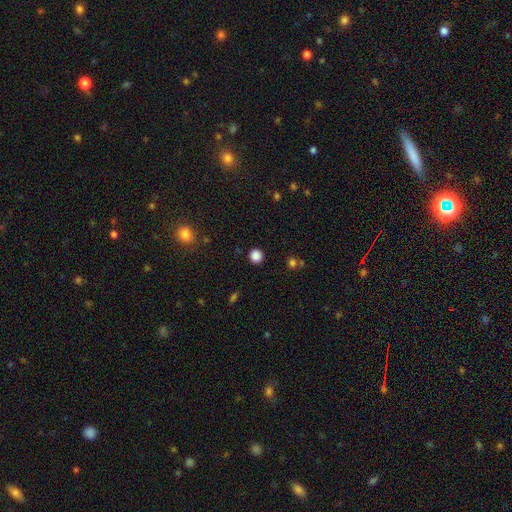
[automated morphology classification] Q: Smooth or featured?
A: smooth (85%); runner-up: star or artifact (12%)
Q: How rounded?
A: round (92%); runner-up: in between (7%)
Q: Merging?
A: none (91%); runner-up: minor disturbance (5%)